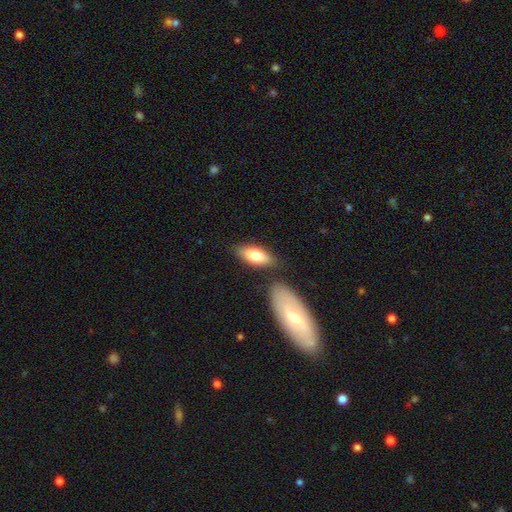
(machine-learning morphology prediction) smooth 77%, featured or disk 17%, star or artifact 6%. Down the decision tree: how rounded — in between (81%); merging — none (71%).